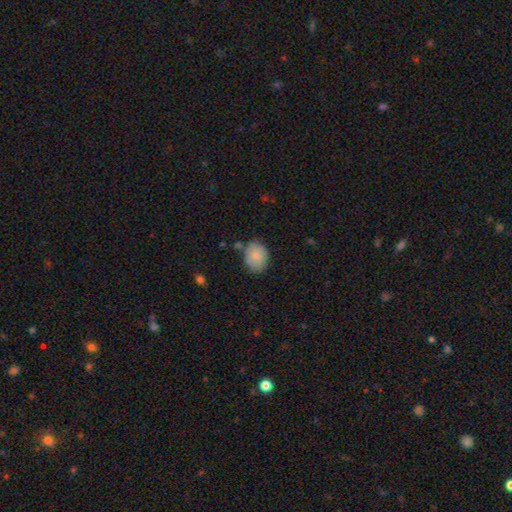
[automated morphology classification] smooth-or-featured: smooth: 80% | featured or disk: 14% | star or artifact: 7%
  how-rounded: in between: 57% | round: 42% | cigar-shaped: 1%
  merging: none: 73% | minor disturbance: 18% | merger: 4% | major disturbance: 4%